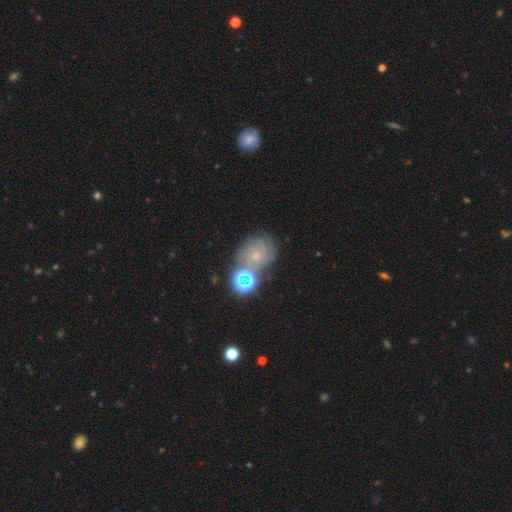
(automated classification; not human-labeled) A featured or disk galaxy (58%) with no bar (76%), tight (62%) spiral arms (90%) and a small central bulge (76%). Merging: none (61%).